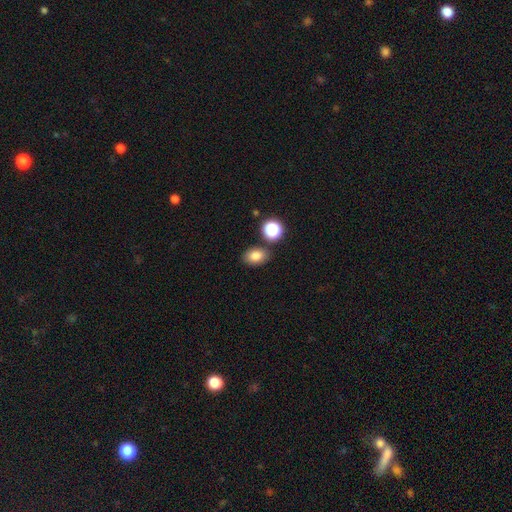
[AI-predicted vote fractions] Smooth or featured: smooth — 81% (star or artifact — 12%)
How rounded: in between — 75% (round — 24%)
Merging: none — 80% (minor disturbance — 11%)